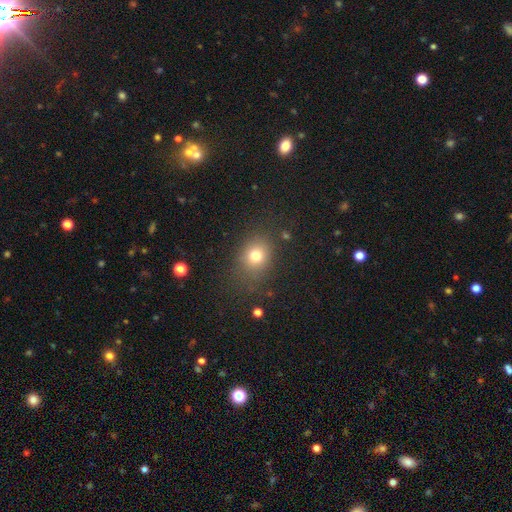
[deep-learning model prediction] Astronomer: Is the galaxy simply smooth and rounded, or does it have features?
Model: smooth — 77%.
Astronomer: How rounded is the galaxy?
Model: round — 57% (runner-up: in between, 42%).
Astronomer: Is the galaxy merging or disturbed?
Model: none — 76%.